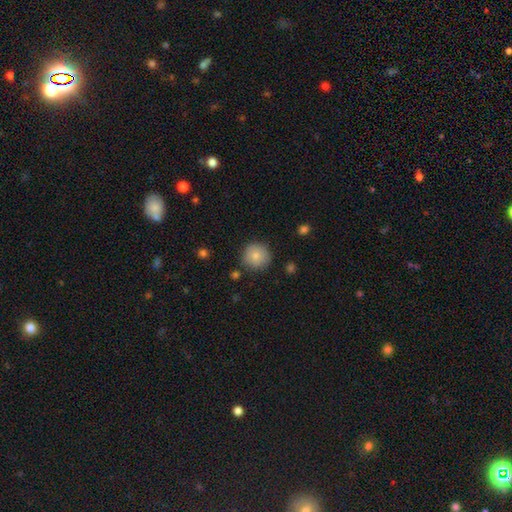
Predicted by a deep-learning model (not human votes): smooth 82%, featured or disk 9%, star or artifact 9%. Down the decision tree: how rounded — round (94%); merging — none (84%).